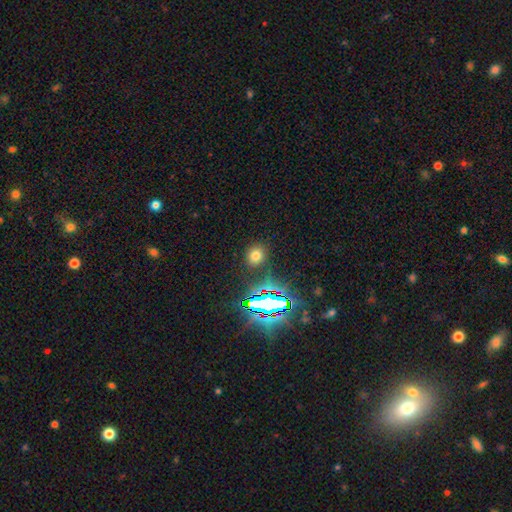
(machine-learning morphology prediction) This appears to be a smooth galaxy with no disk features (67%) that is round (70%). Merging: none (87%).